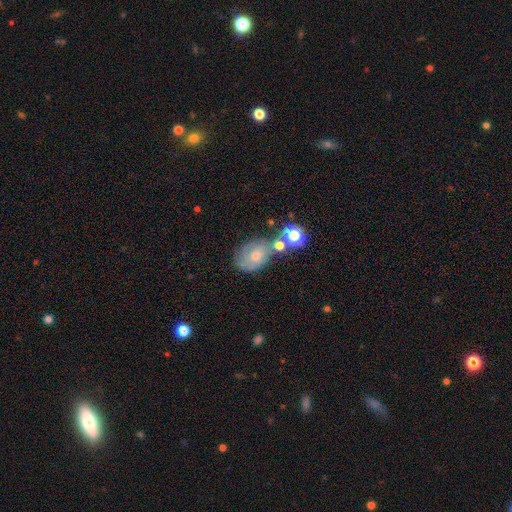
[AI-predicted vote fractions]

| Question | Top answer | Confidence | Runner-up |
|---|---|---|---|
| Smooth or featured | smooth | 54% | featured or disk (32%) |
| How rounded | in between | 73% | round (26%) |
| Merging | none | 45% | minor disturbance (22%) |